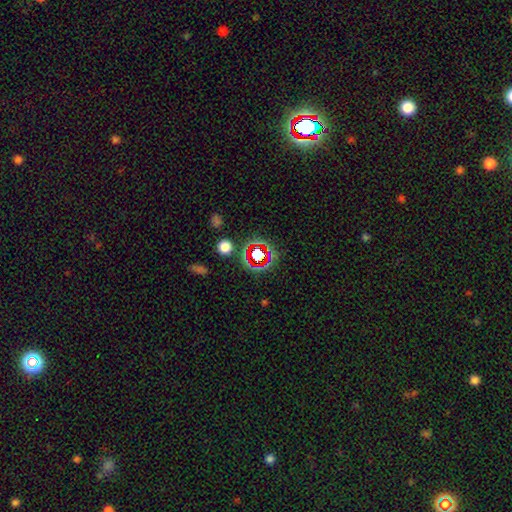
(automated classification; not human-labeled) The model was most divided on "smooth or featured": star or artifact: 57%, smooth: 28%, featured or disk: 15%.